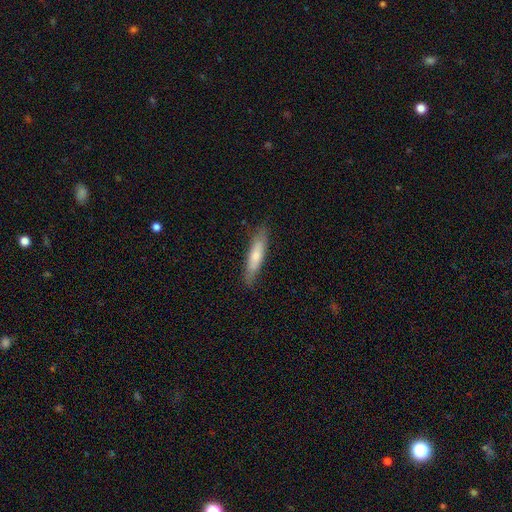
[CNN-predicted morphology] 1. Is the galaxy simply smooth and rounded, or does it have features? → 68% smooth, 26% featured or disk, 6% star or artifact.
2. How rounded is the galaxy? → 81% cigar-shaped, 17% in between, 1% round.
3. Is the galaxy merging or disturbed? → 83% none, 14% minor disturbance, 3% major disturbance, 1% merger.